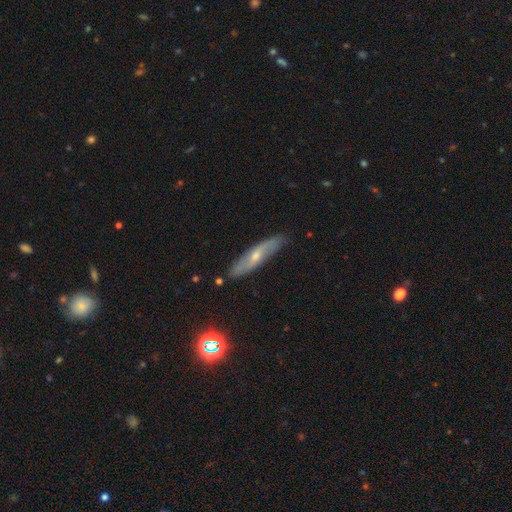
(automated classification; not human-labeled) Smooth or featured? featured or disk (63%)
Edge-on disk? no (52%)
Merging? none (83%)